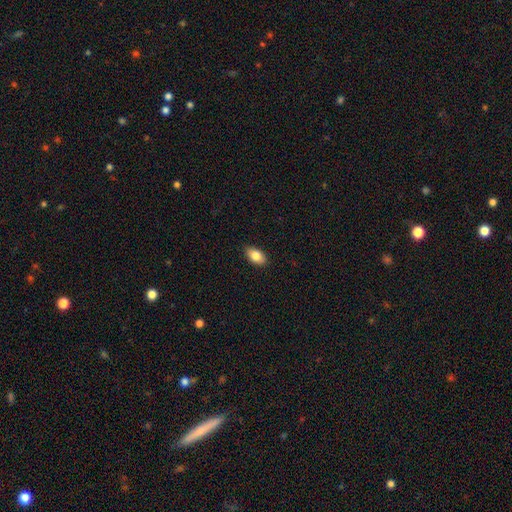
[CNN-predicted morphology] smooth-or-featured: smooth: 83% | featured or disk: 9% | star or artifact: 7%
  how-rounded: in between: 92% | round: 6% | cigar-shaped: 2%
  merging: none: 87% | minor disturbance: 10% | major disturbance: 2% | merger: 1%